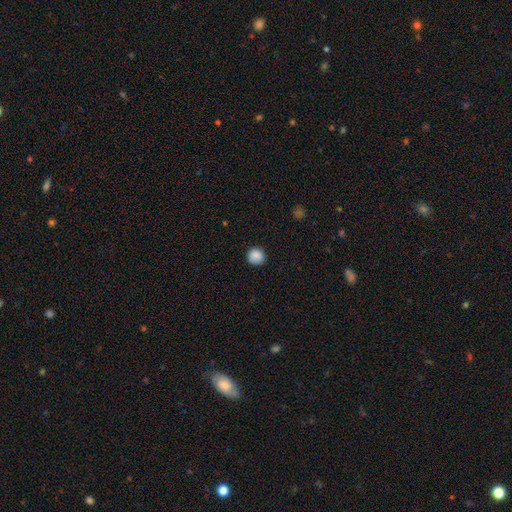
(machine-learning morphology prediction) Smooth or featured? Predicted: smooth (p=0.88). How rounded? Predicted: round (p=0.90). Merging? Predicted: none (p=0.88).